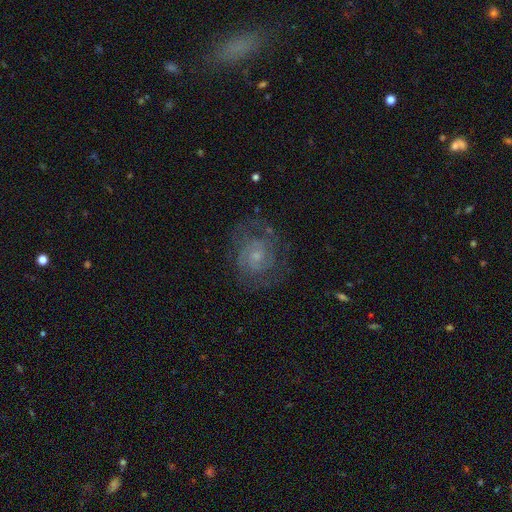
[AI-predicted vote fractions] Smooth or featured: featured or disk — 71% (smooth — 19%)
Edge-on disk: no — 98% (yes — 2%)
Bar: no — 73% (weak — 24%)
Spiral arms: yes — 85% (no — 15%)
Spiral winding: tight — 52% (medium — 37%)
Spiral arm count: 2 — 44% (can't tell — 33%)
Bulge size: small — 67% (moderate — 23%)
Merging: none — 69% (minor disturbance — 17%)